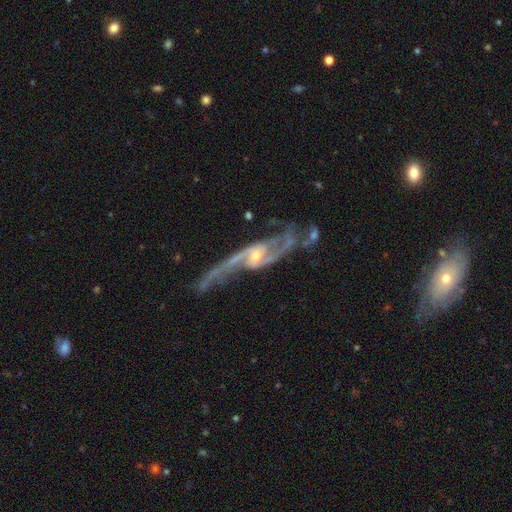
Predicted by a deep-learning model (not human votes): smooth_or_featured: featured or disk (p=0.90) [alt: star or artifact p=0.05]
disk_edge_on: no (p=0.91) [alt: yes p=0.09]
bar: no (p=0.41) [alt: weak p=0.40]
has_spiral_arms: yes (p=0.96) [alt: no p=0.04]
spiral_winding: loose (p=0.67) [alt: medium p=0.25]
spiral_arm_count: 2 (p=0.89) [alt: can't tell p=0.03]
bulge_size: moderate (p=0.49) [alt: small p=0.46]
merging: none (p=0.43) [alt: major disturbance p=0.27]